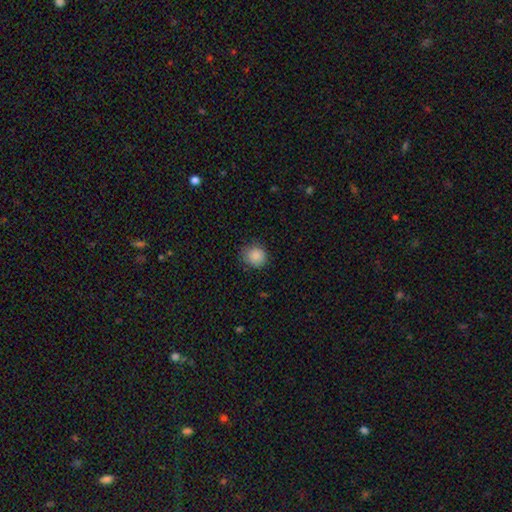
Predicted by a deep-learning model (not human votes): A smooth galaxy with no disk features (88%) that is round (87%). Merging: none (80%).